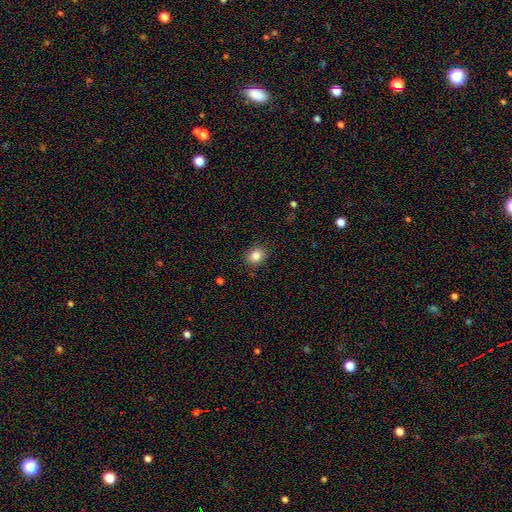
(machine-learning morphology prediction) A smooth galaxy with no disk features (84%) that is round (61%).

Vote fractions:
- Smooth or featured? smooth: 84% / star or artifact: 10% / featured or disk: 6%
- How rounded? round: 61% / in between: 38% / cigar-shaped: 1%
- Merging? none: 87% / minor disturbance: 9% / major disturbance: 2% / merger: 1%